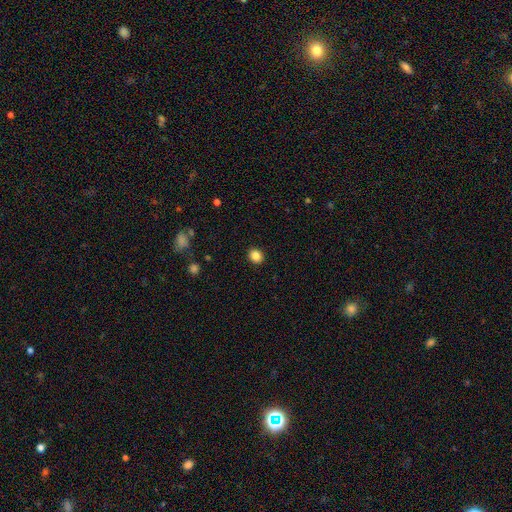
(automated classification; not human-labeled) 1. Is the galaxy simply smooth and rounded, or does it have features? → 86% smooth, 10% star or artifact, 4% featured or disk.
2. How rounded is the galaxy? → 68% round, 31% in between, 1% cigar-shaped.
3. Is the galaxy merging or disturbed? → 91% none, 6% minor disturbance, 2% major disturbance, 1% merger.